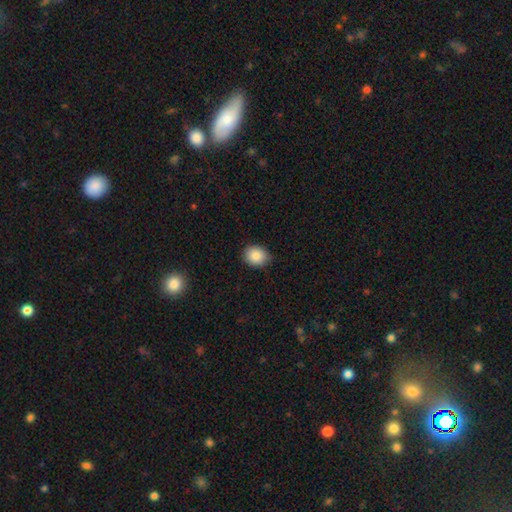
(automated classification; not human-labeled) Smooth or featured? Predicted: smooth (p=0.87). How rounded? Predicted: round (p=0.59). Merging? Predicted: none (p=0.83).